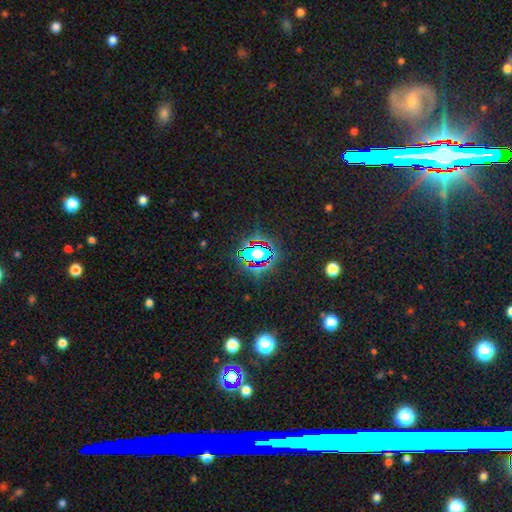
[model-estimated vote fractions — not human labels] The model was most divided on "smooth or featured": star or artifact: 62%, smooth: 26%, featured or disk: 12%.